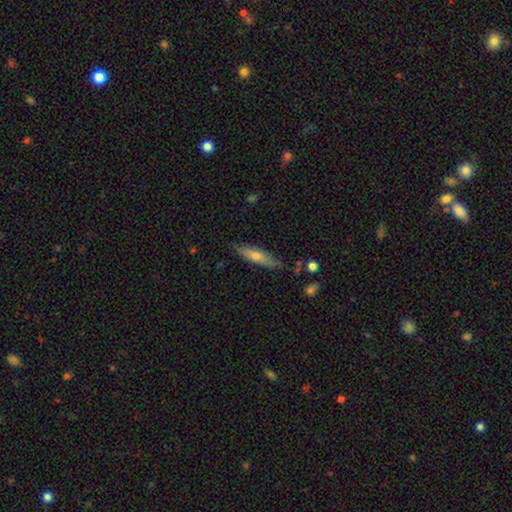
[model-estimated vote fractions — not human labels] This appears to be a smooth galaxy with no disk features (60%) that is cigar-shaped (78%). Merging: none (81%).